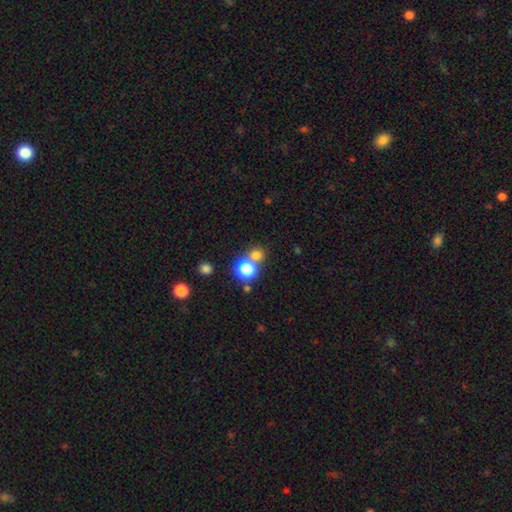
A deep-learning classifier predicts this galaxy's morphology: This is likely a smooth galaxy (72%). How rounded: clearly round (86%). Merging: possibly none (56%).